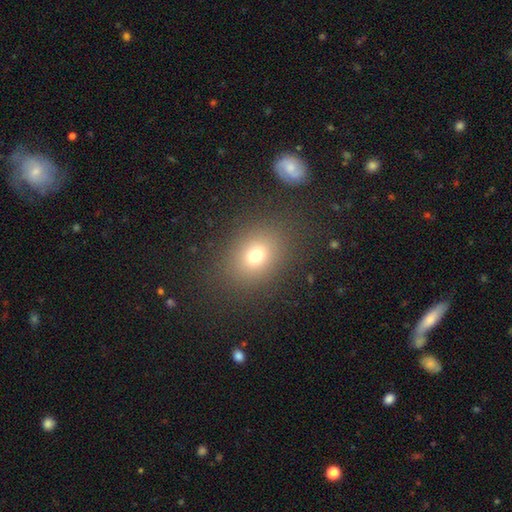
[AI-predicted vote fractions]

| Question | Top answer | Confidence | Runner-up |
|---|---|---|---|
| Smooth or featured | smooth | 73% | star or artifact (17%) |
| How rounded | round | 51% | in between (48%) |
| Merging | none | 85% | minor disturbance (9%) |